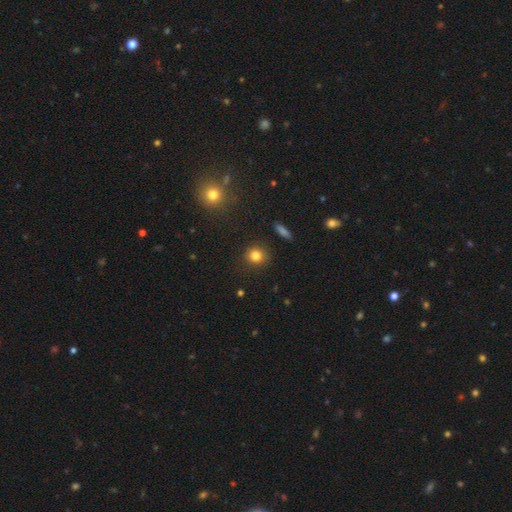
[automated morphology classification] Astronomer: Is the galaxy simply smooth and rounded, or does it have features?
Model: smooth — 82%.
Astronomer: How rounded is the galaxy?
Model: round — 87%.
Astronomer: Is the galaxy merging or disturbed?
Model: none — 89%.